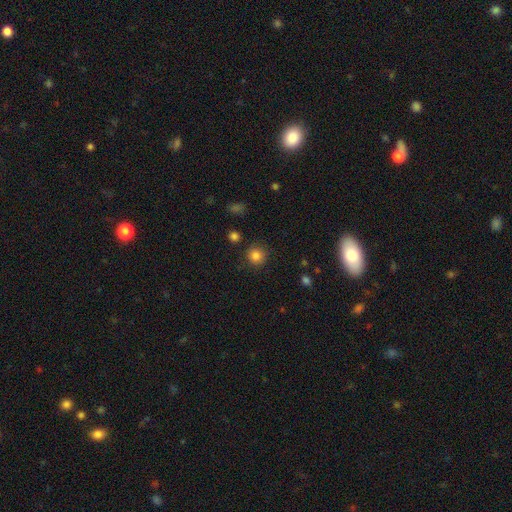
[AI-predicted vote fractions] smooth_or_featured: smooth (p=0.84) [alt: star or artifact p=0.11]
how_rounded: round (p=0.93) [alt: in between p=0.06]
merging: none (p=0.88) [alt: minor disturbance p=0.08]